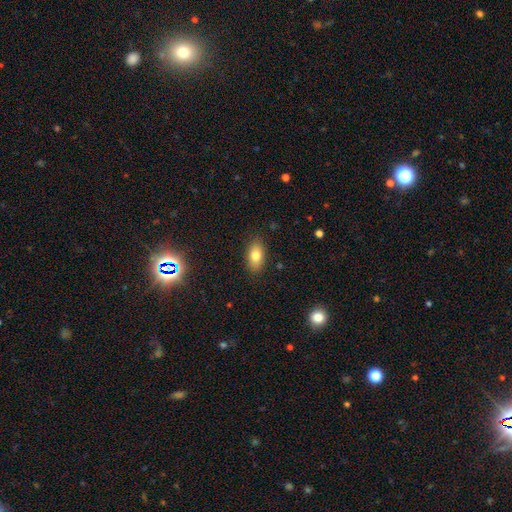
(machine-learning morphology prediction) Smooth or featured? Predicted: smooth (p=0.79). How rounded? Predicted: in between (p=0.88). Merging? Predicted: none (p=0.86).